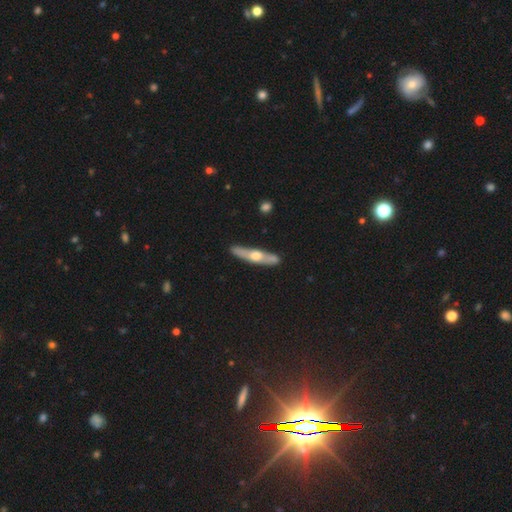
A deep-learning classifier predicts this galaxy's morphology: A featured or disk galaxy (59%) viewed edge-on (84%).

Vote fractions:
- Smooth or featured? featured or disk: 59% / smooth: 36% / star or artifact: 5%
- Edge-on disk? yes: 84% / no: 16%
- Merging? none: 86% / minor disturbance: 10% / major disturbance: 2% / merger: 2%